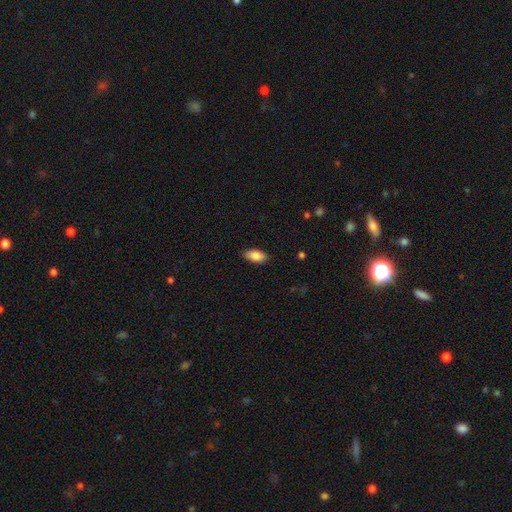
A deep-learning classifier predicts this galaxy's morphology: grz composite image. It shows a smooth galaxy with no disk features (86%) that is in between round and cigar-shaped (91%). Merging: none (87%).